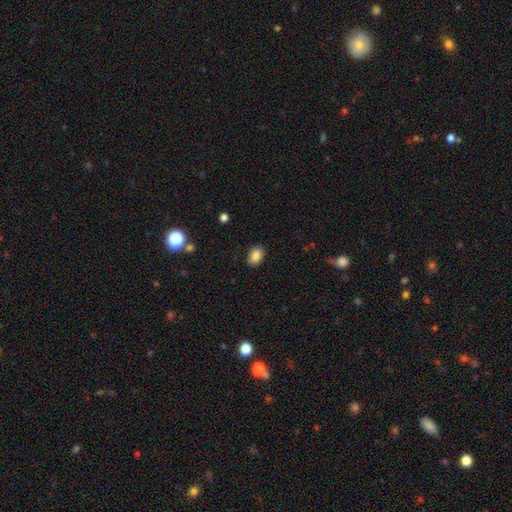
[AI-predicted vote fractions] smooth_or_featured: smooth (p=0.85) [alt: star or artifact p=0.09]
how_rounded: in between (p=0.80) [alt: round p=0.19]
merging: none (p=0.87) [alt: minor disturbance p=0.09]